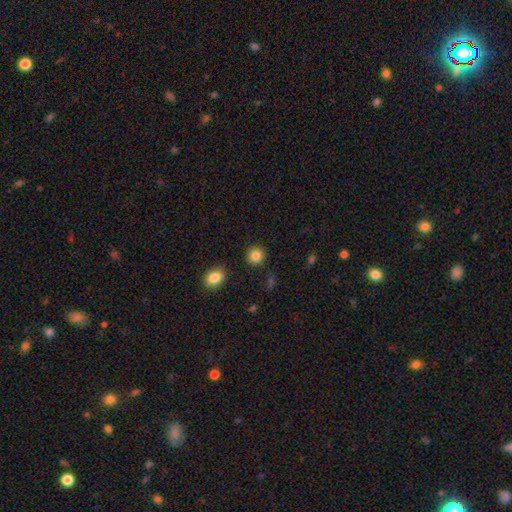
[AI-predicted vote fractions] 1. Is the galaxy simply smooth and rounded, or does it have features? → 85% smooth, 10% star or artifact, 5% featured or disk.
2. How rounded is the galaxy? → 89% round, 10% in between, 1% cigar-shaped.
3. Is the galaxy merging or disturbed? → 90% none, 6% minor disturbance, 2% major disturbance, 2% merger.